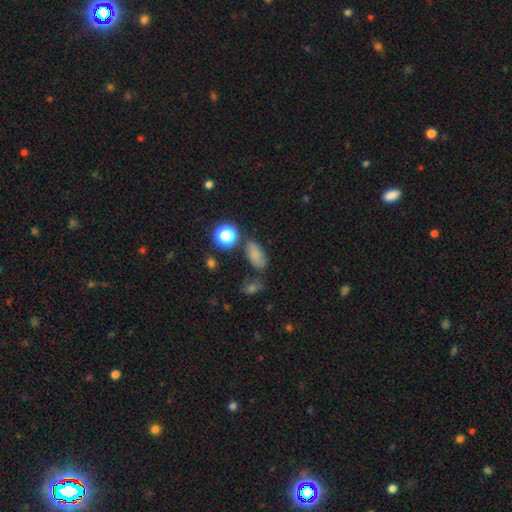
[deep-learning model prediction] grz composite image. It shows a smooth galaxy with no disk features (73%) that is in between round and cigar-shaped (86%). Merging: none (66%).